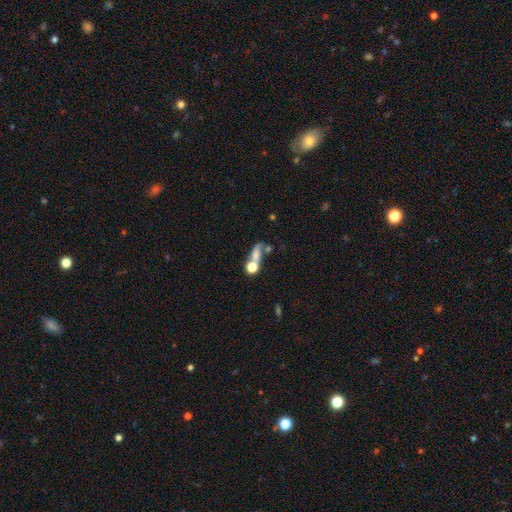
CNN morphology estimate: Smooth or featured? smooth (53%)
How rounded? in between (40%, tied with round)
Merging? merger (43%)